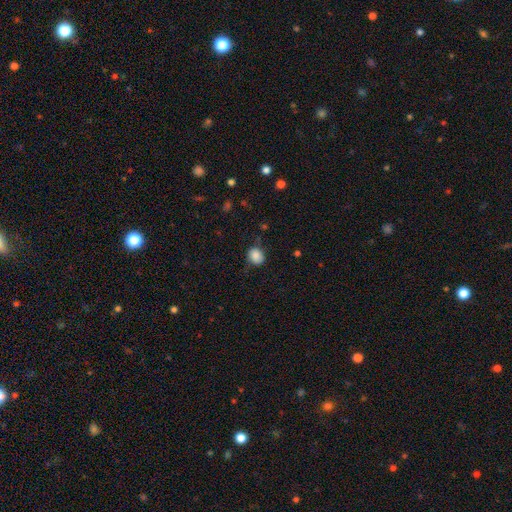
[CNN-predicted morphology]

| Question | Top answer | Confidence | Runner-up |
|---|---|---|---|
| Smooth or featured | smooth | 86% | star or artifact (9%) |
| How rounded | round | 68% | in between (31%) |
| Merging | none | 72% | minor disturbance (21%) |